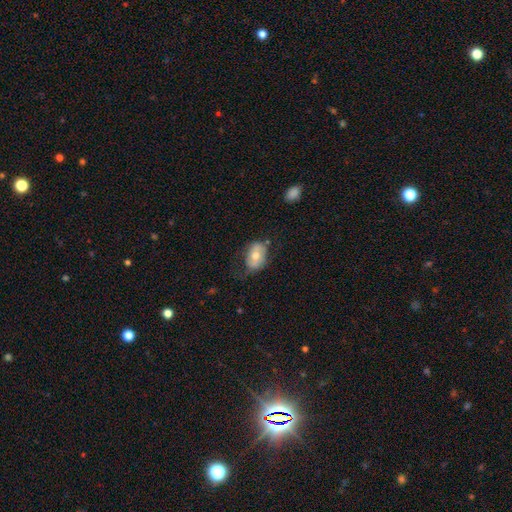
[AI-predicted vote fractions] Overall: smooth (63%; featured or disk 29%). How rounded: in between (78%). Merging: none (55%; minor disturbance 30%).